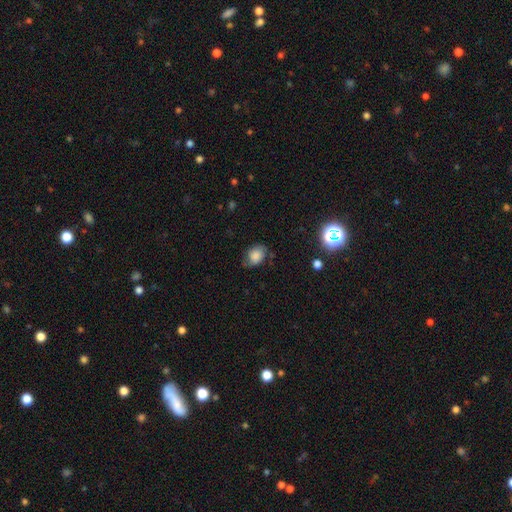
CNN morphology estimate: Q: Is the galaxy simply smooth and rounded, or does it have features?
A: smooth — 72%.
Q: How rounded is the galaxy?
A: in between — 67%.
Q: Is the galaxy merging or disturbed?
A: none — 61%.